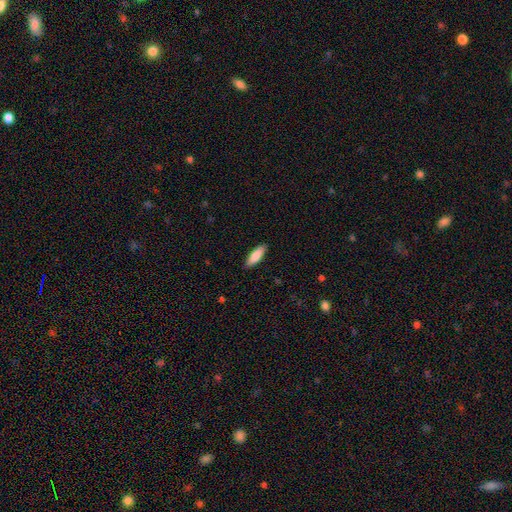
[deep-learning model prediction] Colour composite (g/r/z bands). It shows a smooth galaxy with no disk features (85%) that is in between round and cigar-shaped (54%). Merging: none (88%).